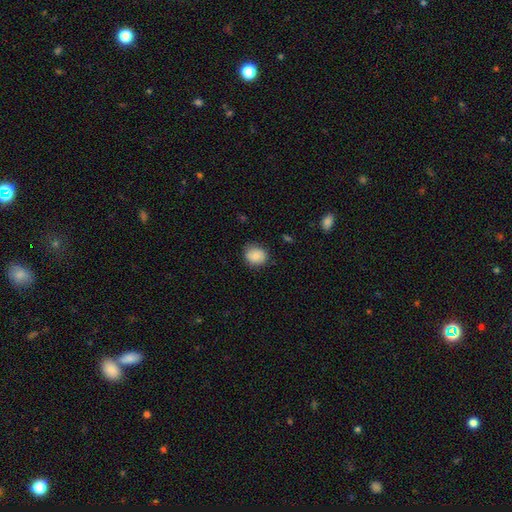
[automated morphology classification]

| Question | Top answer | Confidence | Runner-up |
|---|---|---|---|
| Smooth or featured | smooth | 85% | star or artifact (8%) |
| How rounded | round | 70% | in between (30%) |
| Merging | none | 79% | minor disturbance (17%) |